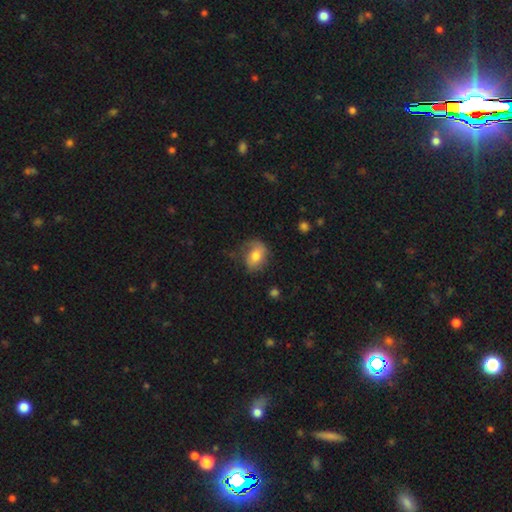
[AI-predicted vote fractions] This is likely a smooth galaxy (67%). How rounded: likely in between (61%). Merging: possibly none (51%).